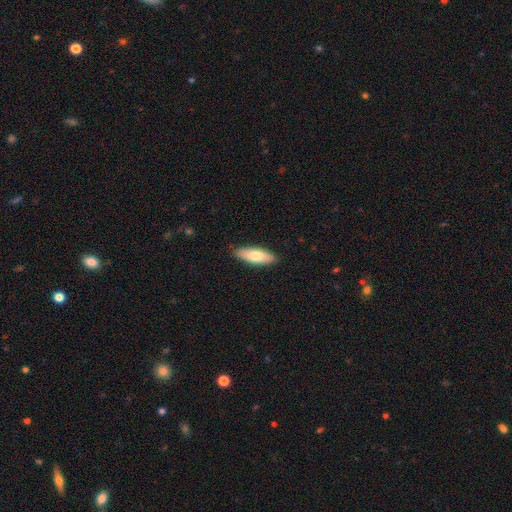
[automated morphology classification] type=smooth (76%); roundness=in between (62%); merging=none (88%).